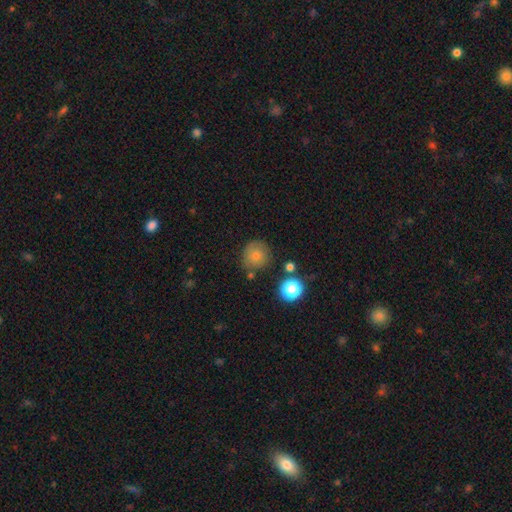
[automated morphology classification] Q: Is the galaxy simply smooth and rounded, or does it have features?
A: smooth — 78%.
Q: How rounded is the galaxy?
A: round — 92%.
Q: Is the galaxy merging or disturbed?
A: none — 75%.